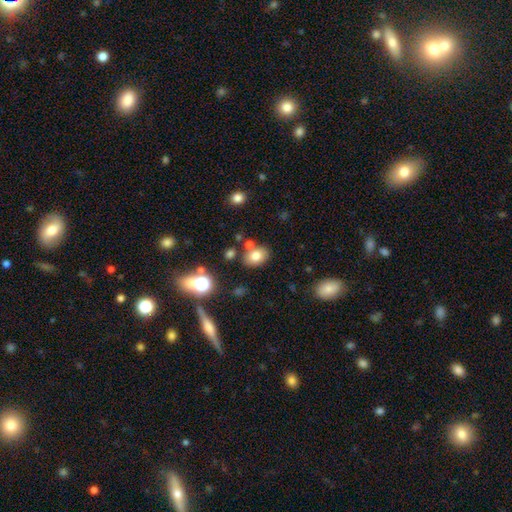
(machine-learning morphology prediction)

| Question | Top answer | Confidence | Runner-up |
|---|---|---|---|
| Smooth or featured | smooth | 76% | star or artifact (12%) |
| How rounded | in between | 75% | round (24%) |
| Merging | none | 74% | minor disturbance (12%) |